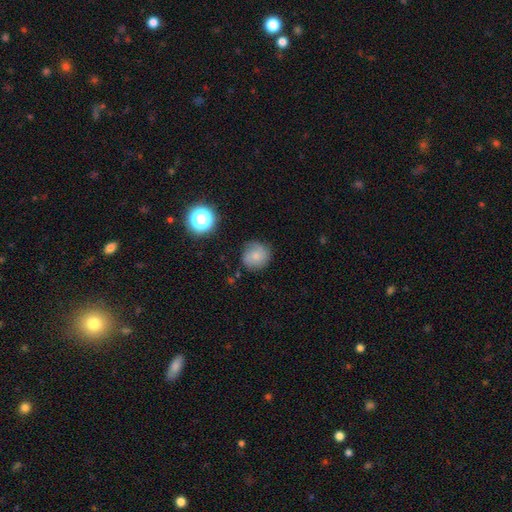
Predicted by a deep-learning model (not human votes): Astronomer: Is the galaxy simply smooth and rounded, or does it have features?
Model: smooth — 70%.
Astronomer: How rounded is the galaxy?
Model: round — 90%.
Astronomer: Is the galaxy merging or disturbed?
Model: none — 76%.